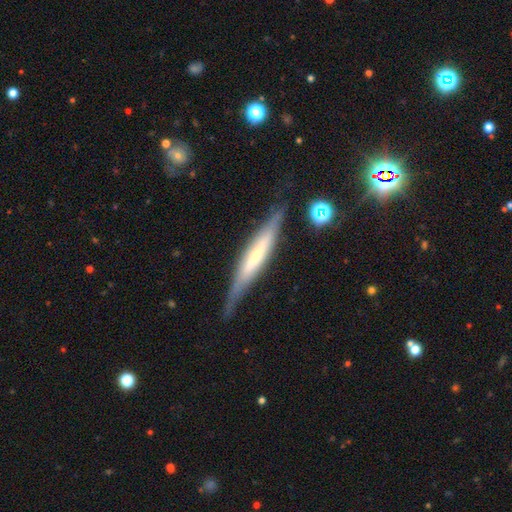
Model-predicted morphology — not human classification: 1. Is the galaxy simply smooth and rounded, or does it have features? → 62% featured or disk, 32% smooth, 7% star or artifact.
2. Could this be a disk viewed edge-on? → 91% yes, 9% no.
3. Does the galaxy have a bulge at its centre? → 40% none, 32% rounded, 28% boxy.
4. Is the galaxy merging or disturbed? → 77% none, 16% minor disturbance, 4% major disturbance, 2% merger.